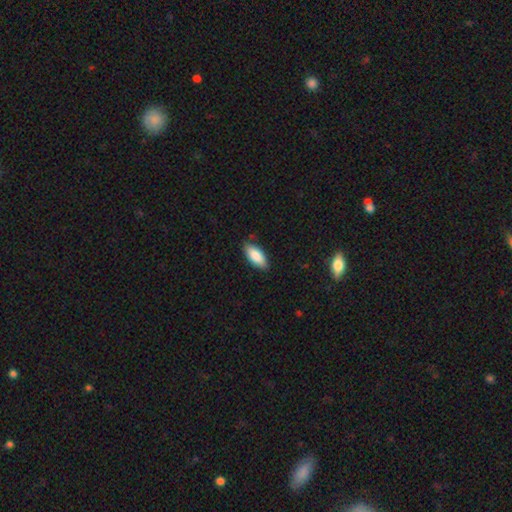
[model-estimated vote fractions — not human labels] A smooth galaxy with no disk features (86%) that is in between round and cigar-shaped (86%). Merging: none (84%).